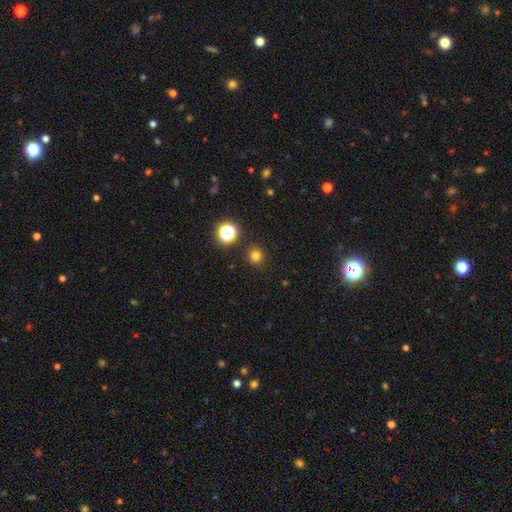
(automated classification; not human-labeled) Smooth or featured: smooth — 78% (star or artifact — 17%)
How rounded: round — 93% (in between — 6%)
Merging: none — 91% (minor disturbance — 6%)